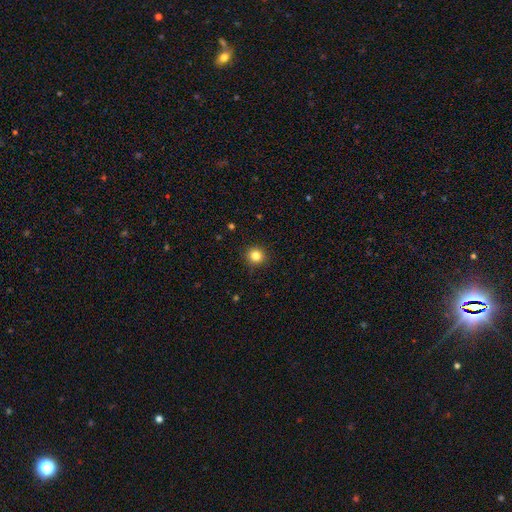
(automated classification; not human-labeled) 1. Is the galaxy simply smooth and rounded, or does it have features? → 83% smooth, 12% star or artifact, 5% featured or disk.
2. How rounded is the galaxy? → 93% round, 6% in between, 1% cigar-shaped.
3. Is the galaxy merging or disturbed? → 91% none, 6% minor disturbance, 2% major disturbance, 1% merger.